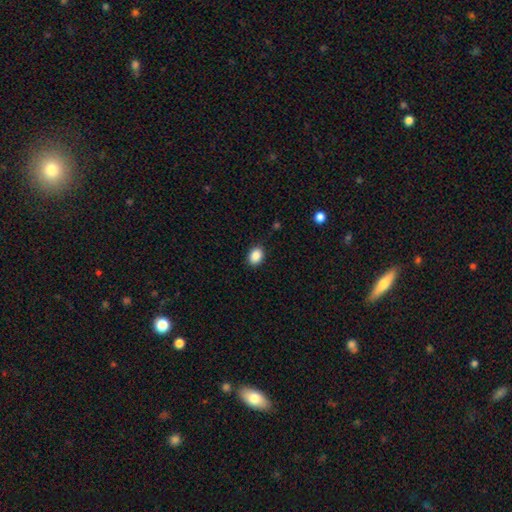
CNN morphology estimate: This appears to be a smooth galaxy with no disk features (89%) that is in between round and cigar-shaped (66%). Merging: none (87%).